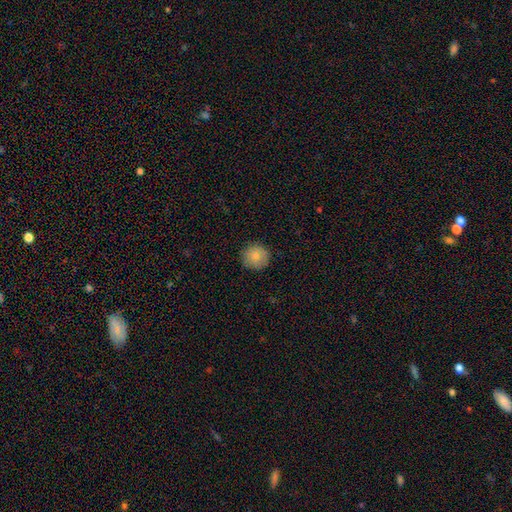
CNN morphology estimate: Smooth or featured?
  - smooth: 85% *
  - star or artifact: 8%
  - featured or disk: 7%
How rounded?
  - round: 94% *
  - in between: 5%
  - cigar-shaped: 1%
Merging?
  - none: 88% *
  - minor disturbance: 9%
  - major disturbance: 2%
  - merger: 1%